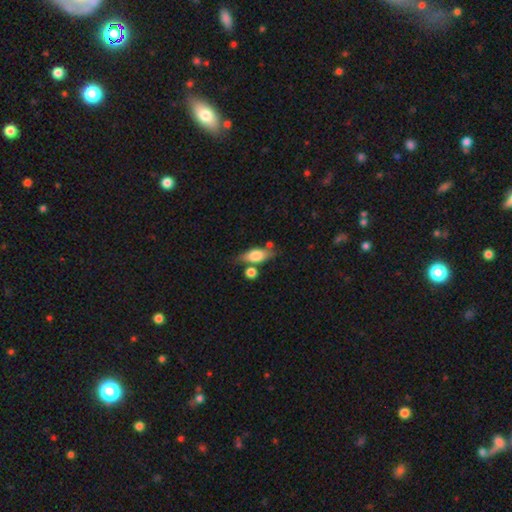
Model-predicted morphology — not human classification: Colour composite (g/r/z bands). It shows a smooth galaxy with no disk features (66%) that is in between round and cigar-shaped (73%). Merging: none (62%).